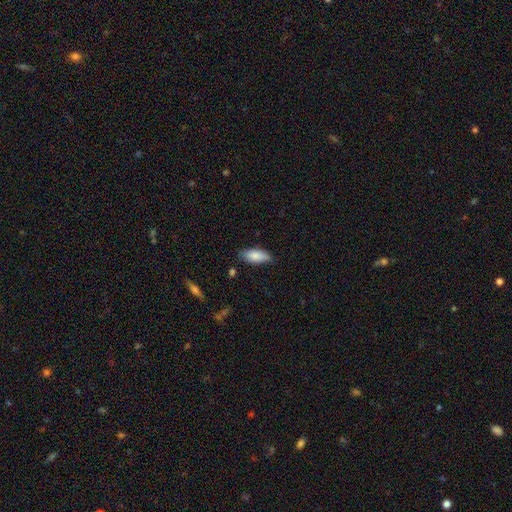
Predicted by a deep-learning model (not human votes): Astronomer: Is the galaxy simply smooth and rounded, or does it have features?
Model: smooth — 84%.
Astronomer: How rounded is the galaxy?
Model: in between — 83%.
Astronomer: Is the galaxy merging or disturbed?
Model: none — 77%.